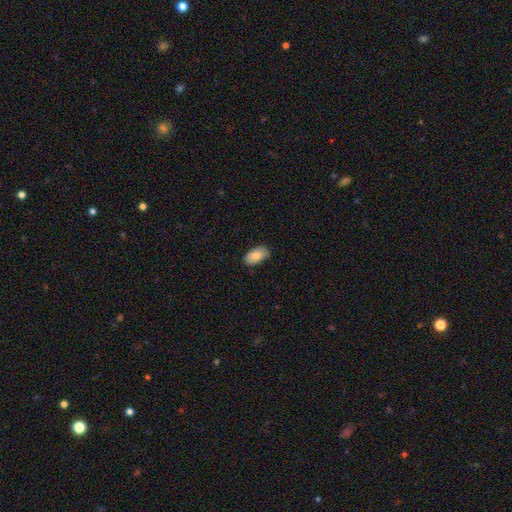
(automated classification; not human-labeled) Overall: smooth (85%). How rounded: in between (95%). Merging: none (80%).